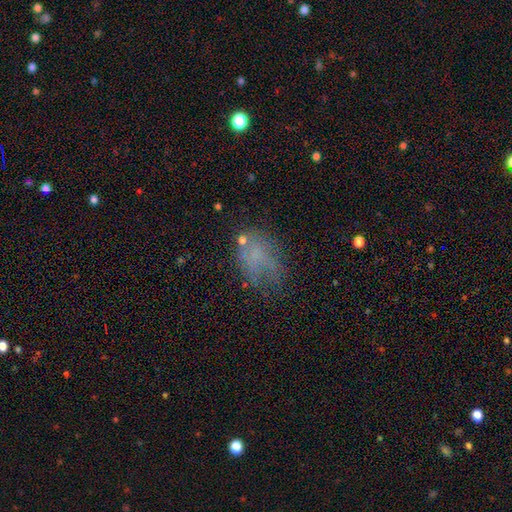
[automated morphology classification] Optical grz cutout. It shows a smooth galaxy with no disk features (49%). Merging: none (48%).